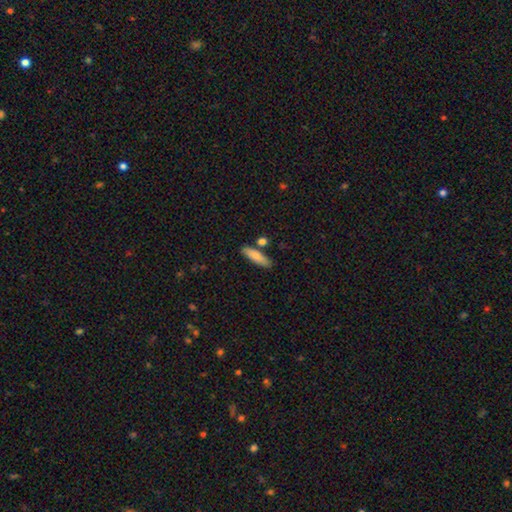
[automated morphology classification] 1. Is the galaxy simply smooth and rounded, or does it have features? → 82% smooth, 12% featured or disk, 6% star or artifact.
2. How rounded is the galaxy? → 62% cigar-shaped, 35% in between, 2% round.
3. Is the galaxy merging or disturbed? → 78% none, 11% minor disturbance, 8% merger, 2% major disturbance.